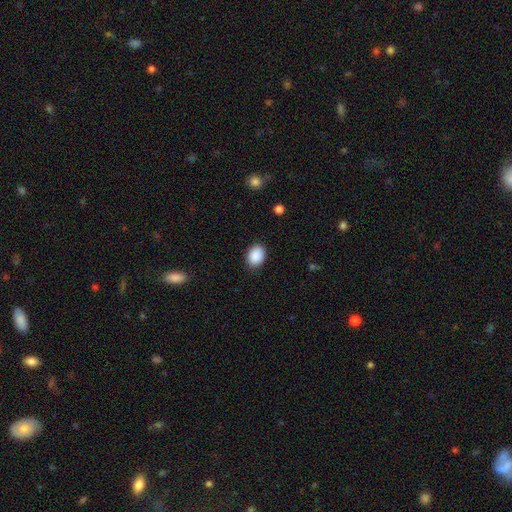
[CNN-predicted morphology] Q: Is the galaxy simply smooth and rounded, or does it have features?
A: smooth — 90%.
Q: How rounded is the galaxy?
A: in between — 67%.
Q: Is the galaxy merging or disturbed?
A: none — 87%.